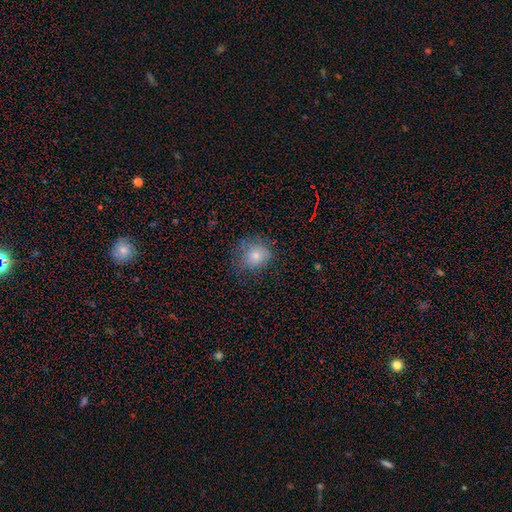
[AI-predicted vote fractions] Overall: smooth (77%). How rounded: round (79%). Merging: none (66%).